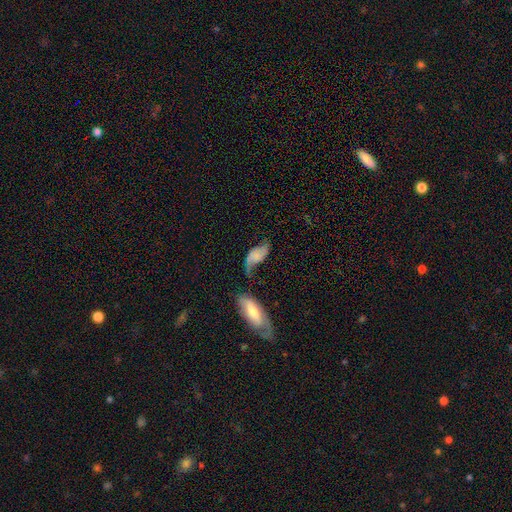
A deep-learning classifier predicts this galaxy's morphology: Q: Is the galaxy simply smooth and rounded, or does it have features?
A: featured or disk — 54%.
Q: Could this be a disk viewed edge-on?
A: no — 93%.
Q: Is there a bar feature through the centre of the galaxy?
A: no — 68%.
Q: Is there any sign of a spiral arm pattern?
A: yes — 83%.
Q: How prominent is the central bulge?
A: none — 46%.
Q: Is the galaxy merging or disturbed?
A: none — 32%.